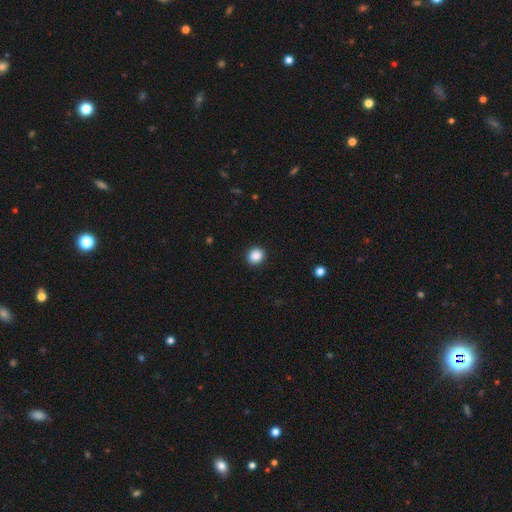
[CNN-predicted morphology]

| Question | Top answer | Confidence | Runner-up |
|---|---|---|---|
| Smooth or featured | smooth | 88% | star or artifact (9%) |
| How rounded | round | 83% | in between (16%) |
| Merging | none | 92% | minor disturbance (6%) |